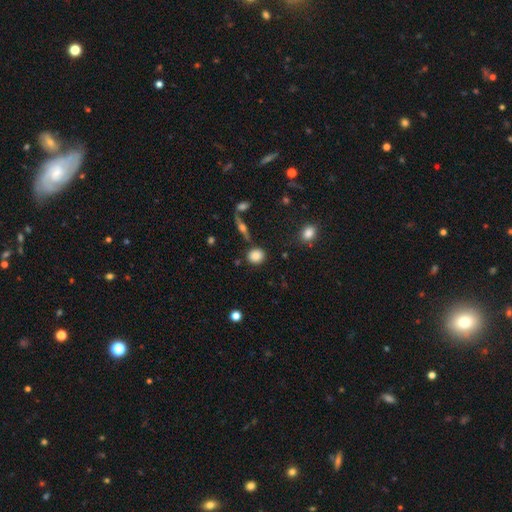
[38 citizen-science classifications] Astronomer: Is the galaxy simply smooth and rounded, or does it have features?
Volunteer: smooth — 89%.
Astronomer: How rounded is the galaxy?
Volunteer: round — 76%.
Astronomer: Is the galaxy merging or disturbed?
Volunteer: none — 86%.